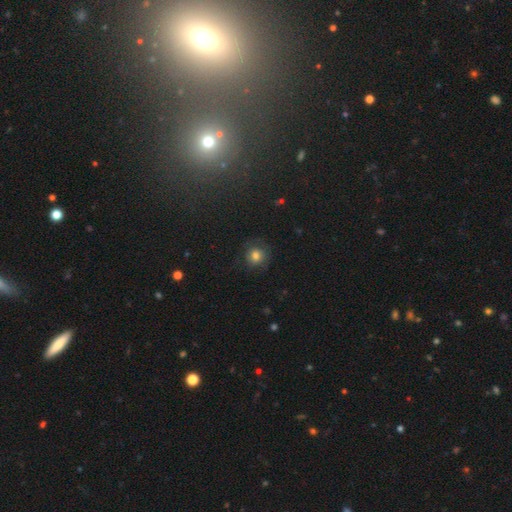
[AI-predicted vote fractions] smooth 73%, star or artifact 14%, featured or disk 13%. Down the decision tree: how rounded — round (89%); merging — none (78%).